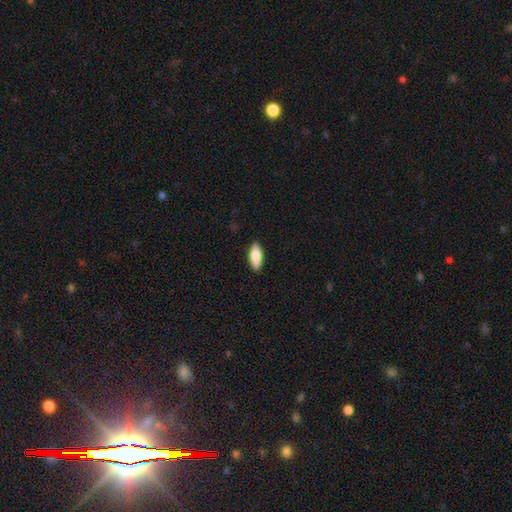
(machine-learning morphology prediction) Smooth or featured: smooth — 79% (featured or disk — 16%)
How rounded: in between — 75% (cigar-shaped — 23%)
Merging: none — 89% (minor disturbance — 8%)